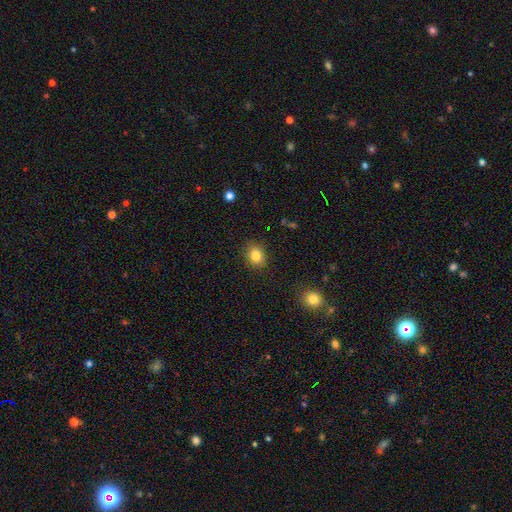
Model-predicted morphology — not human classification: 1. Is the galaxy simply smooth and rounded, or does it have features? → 84% smooth, 10% star or artifact, 7% featured or disk.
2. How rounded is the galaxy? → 50% round, 49% in between, 1% cigar-shaped.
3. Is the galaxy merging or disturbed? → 85% none, 11% minor disturbance, 3% major disturbance, 1% merger.